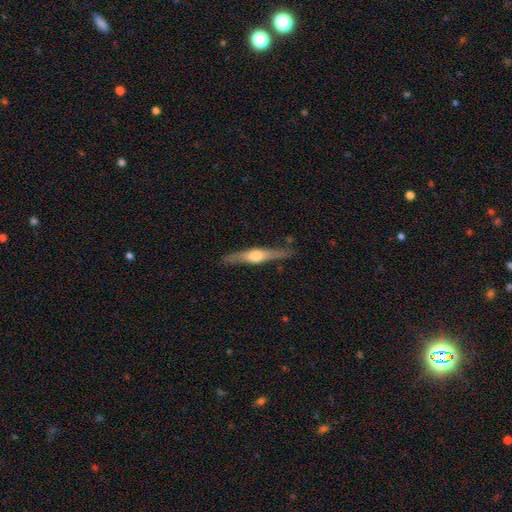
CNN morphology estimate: Smooth or featured: featured or disk — 69% (smooth — 26%)
Edge-on disk: yes — 96% (no — 4%)
Edge-on bulge: rounded — 92% (boxy — 5%)
Merging: none — 84% (minor disturbance — 11%)